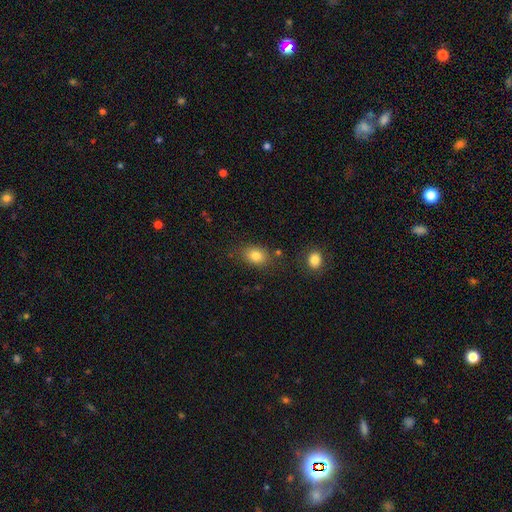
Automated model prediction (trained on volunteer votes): Smooth or featured: smooth — 82% (star or artifact — 10%)
How rounded: in between — 67% (round — 32%)
Merging: none — 77% (minor disturbance — 14%)